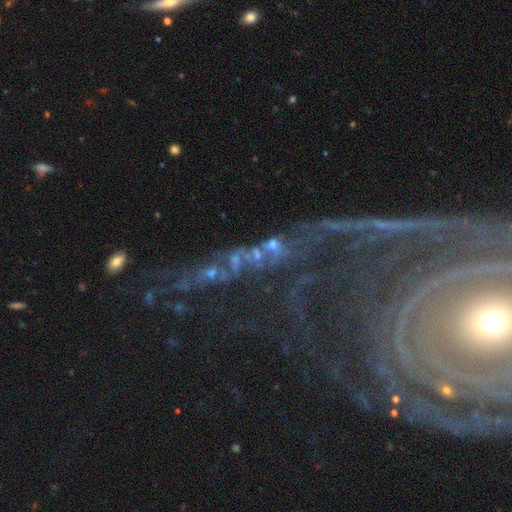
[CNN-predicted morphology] smooth-or-featured: featured or disk: 45% | star or artifact: 39% | smooth: 16%
  merging: none: 36% | merger: 25% | major disturbance: 24% | minor disturbance: 15%